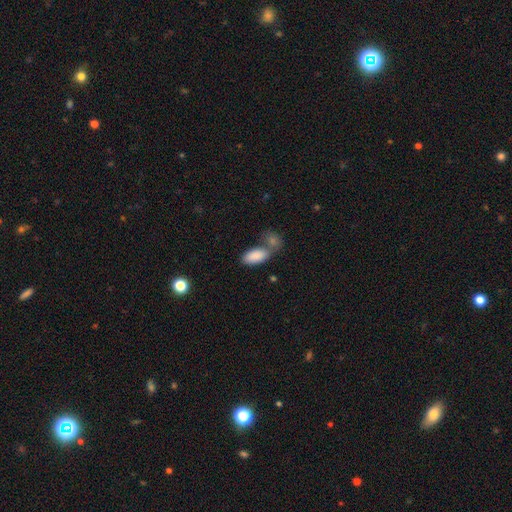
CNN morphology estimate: smooth 87%, star or artifact 6%, featured or disk 6%. Down the decision tree: how rounded — in between (93%); merging — merger (44%).